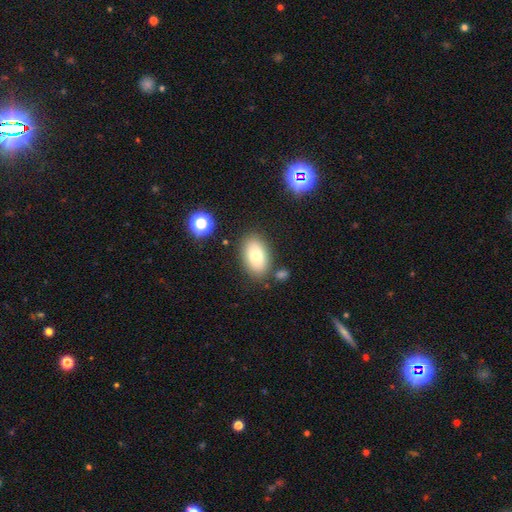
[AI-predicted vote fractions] Morphology: type=smooth (77%); roundness=in between (91%); merging=none (81%).